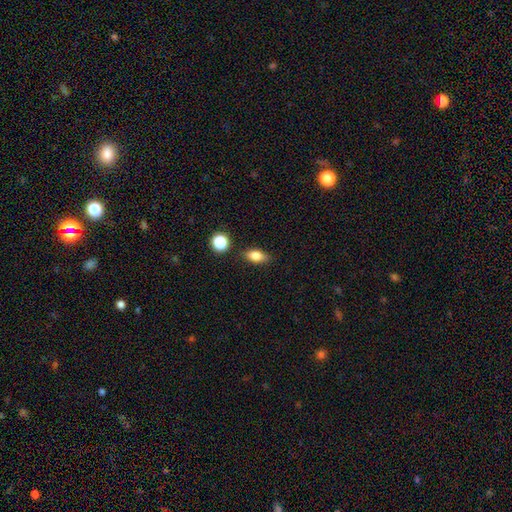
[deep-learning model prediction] Overall: smooth (79%). How rounded: in between (78%). Merging: none (80%).